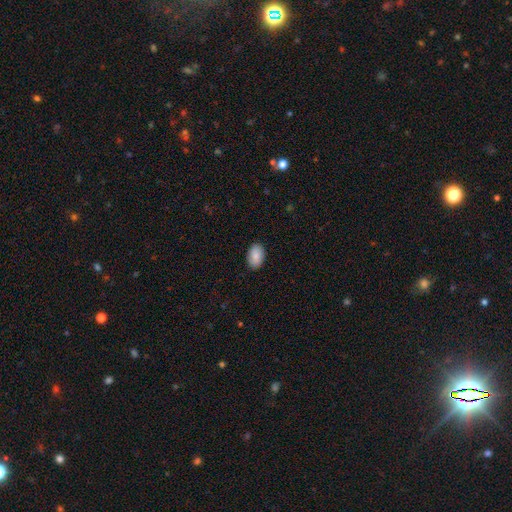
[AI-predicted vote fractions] Q: Smooth or featured?
A: smooth (88%); runner-up: star or artifact (6%)
Q: How rounded?
A: in between (91%); runner-up: round (8%)
Q: Merging?
A: none (89%); runner-up: minor disturbance (8%)